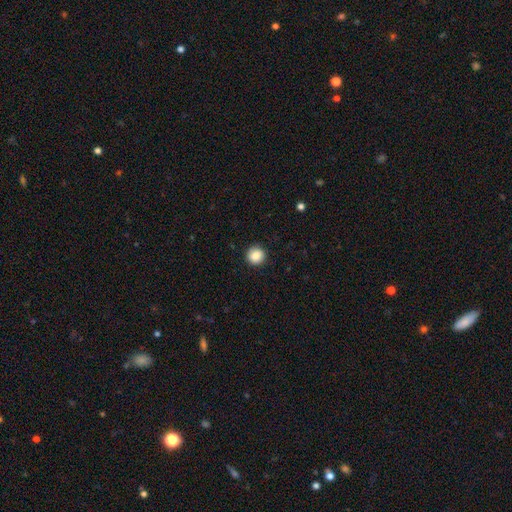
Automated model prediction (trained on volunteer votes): A smooth galaxy with no disk features (87%) that is round (94%). Merging: none (92%).